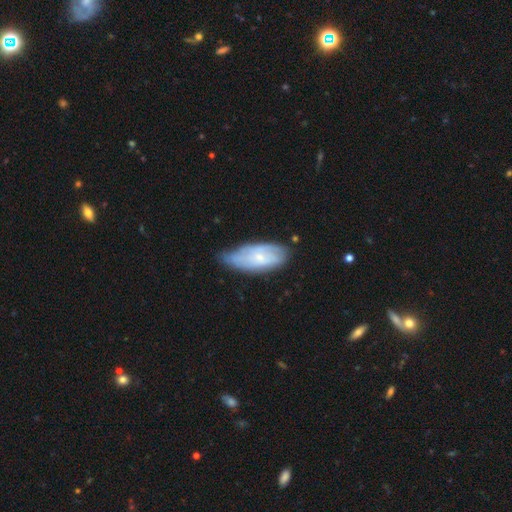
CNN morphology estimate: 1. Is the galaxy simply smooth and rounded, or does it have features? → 49% smooth, 42% featured or disk, 9% star or artifact.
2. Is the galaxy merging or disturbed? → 56% none, 34% minor disturbance, 7% major disturbance, 2% merger.